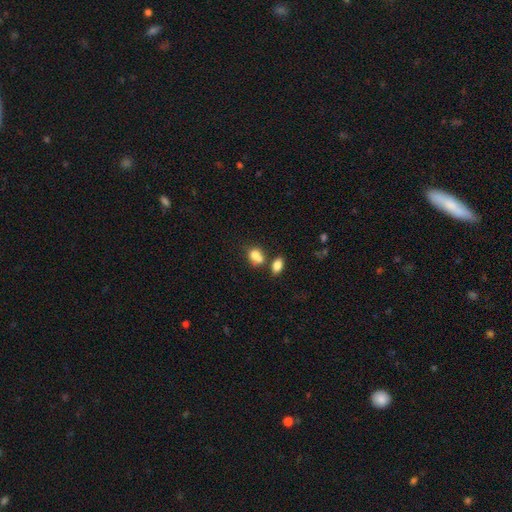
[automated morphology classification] A smooth galaxy with no disk features (78%) that is in between round and cigar-shaped (61%). Merging: merger (50%).